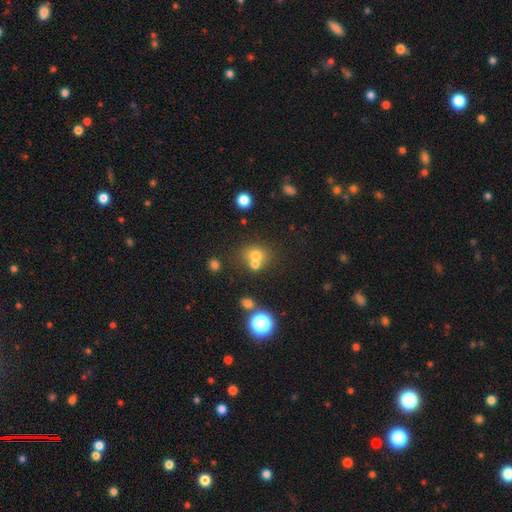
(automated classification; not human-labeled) A smooth galaxy with no disk features (67%) that is round (67%).

Vote fractions:
- Smooth or featured? smooth: 67% / star or artifact: 17% / featured or disk: 15%
- How rounded? round: 67% / in between: 32% / cigar-shaped: 1%
- Merging? merger: 44% / none: 43% / minor disturbance: 9% / major disturbance: 4%